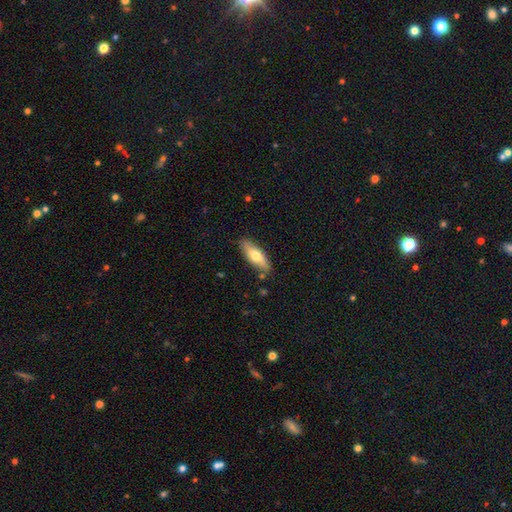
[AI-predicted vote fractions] Overall: smooth (66%; featured or disk 29%). How rounded: in between (59%; cigar-shaped 39%). Merging: none (84%).